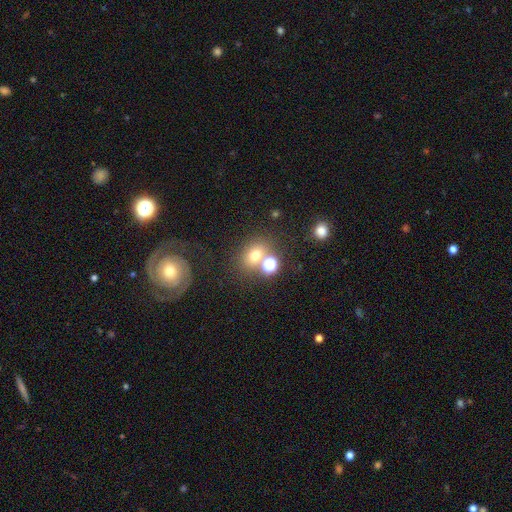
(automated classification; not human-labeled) smooth 65%, star or artifact 23%, featured or disk 12%. Down the decision tree: how rounded — round (58%); merging — none (59%).